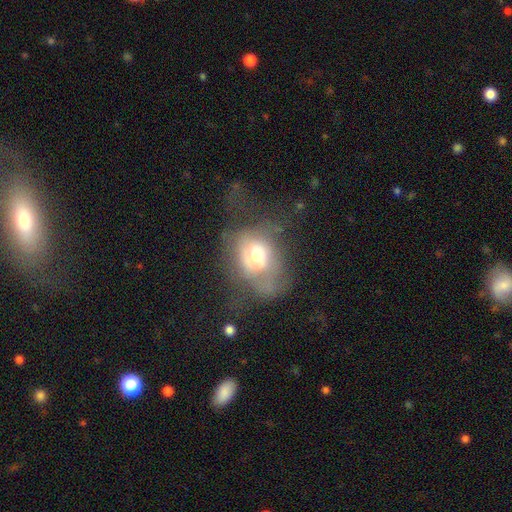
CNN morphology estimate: Smooth or featured? Predicted: smooth (p=0.55). How rounded? Predicted: round (p=0.51). Merging? Predicted: major disturbance (p=0.49).